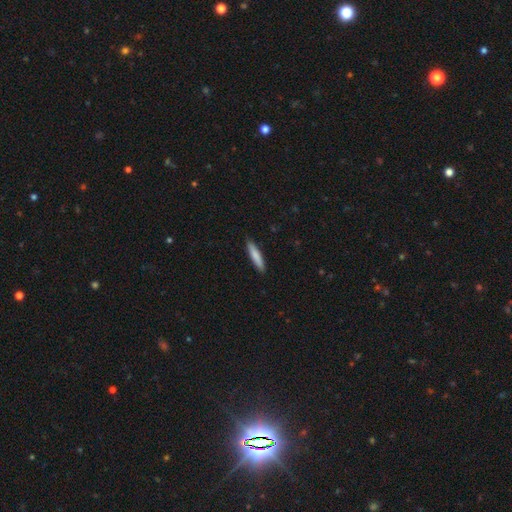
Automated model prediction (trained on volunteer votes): Smooth or featured? Predicted: smooth (p=0.81). How rounded? Predicted: cigar-shaped (p=0.88). Merging? Predicted: none (p=0.90).